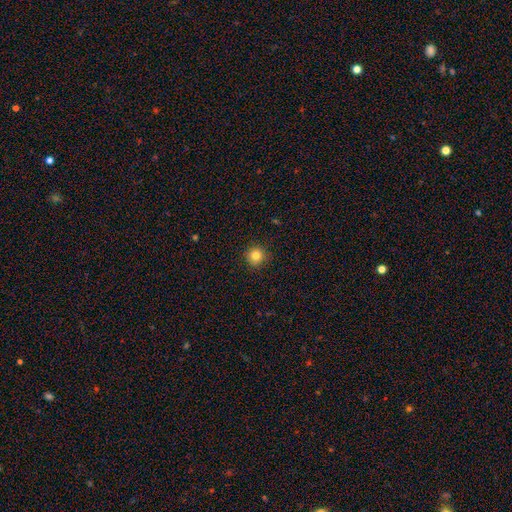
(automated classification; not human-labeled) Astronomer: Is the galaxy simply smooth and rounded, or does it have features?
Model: smooth — 82%.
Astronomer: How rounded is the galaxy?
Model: round — 95%.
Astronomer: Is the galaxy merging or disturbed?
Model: none — 91%.